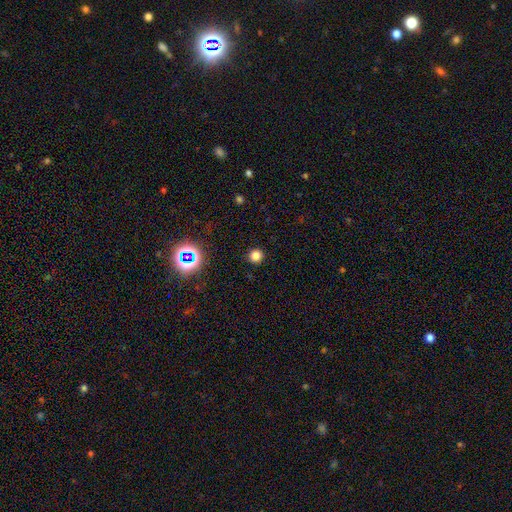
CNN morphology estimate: A smooth galaxy with no disk features (79%) that is round (93%).

Vote fractions:
- Smooth or featured? smooth: 79% / star or artifact: 17% / featured or disk: 4%
- How rounded? round: 93% / in between: 6% / cigar-shaped: 1%
- Merging? none: 91% / minor disturbance: 6% / major disturbance: 2% / merger: 1%